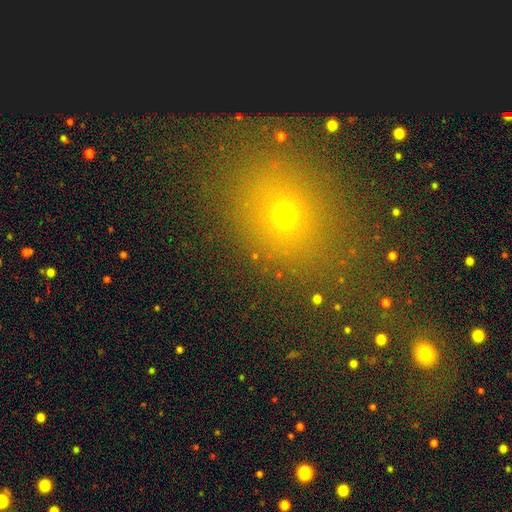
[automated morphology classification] The model was most divided on "smooth or featured": smooth: 53%, star or artifact: 36%, featured or disk: 11%. More confident: merging — none (81%); how rounded — round (60%).